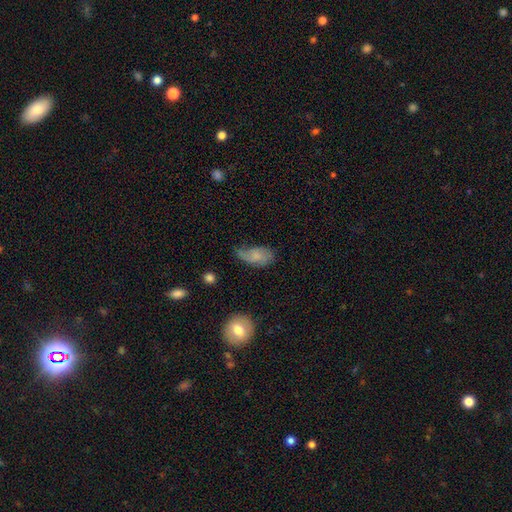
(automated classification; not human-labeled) A smooth galaxy with no disk features (58%) that is in between round and cigar-shaped (90%). Merging: none (43%).